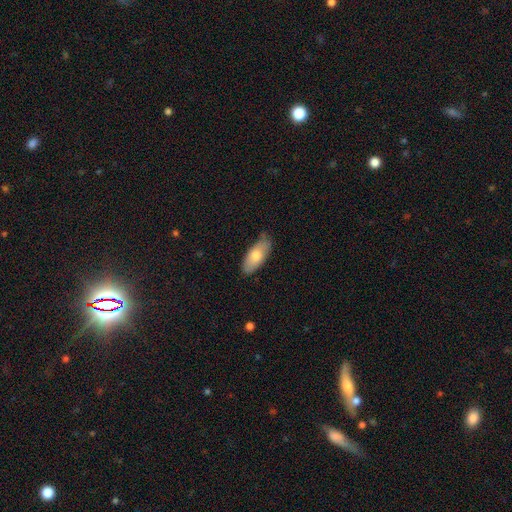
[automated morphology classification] Smooth or featured: smooth — 75% (featured or disk — 20%)
How rounded: in between — 85% (cigar-shaped — 13%)
Merging: none — 71% (minor disturbance — 24%)